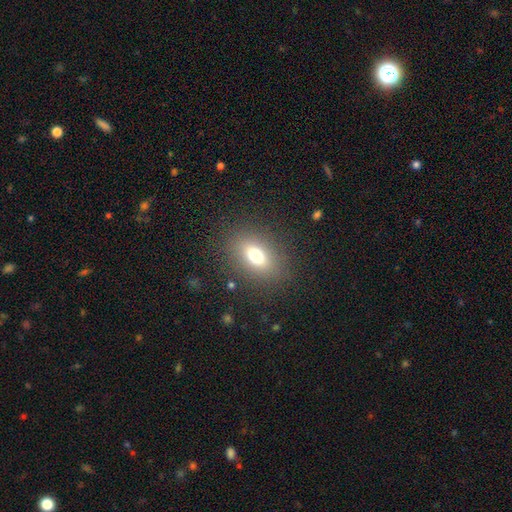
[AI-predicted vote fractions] This appears to be a smooth galaxy with no disk features (72%) that is in between round and cigar-shaped (77%). Merging: none (84%).